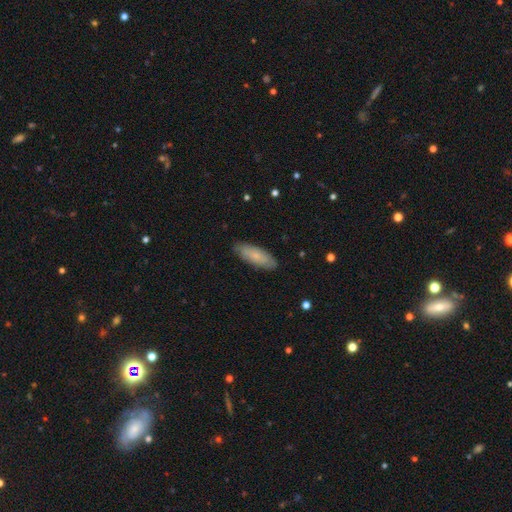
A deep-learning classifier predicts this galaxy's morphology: smooth_or_featured: smooth (p=0.67) [alt: featured or disk p=0.27]
how_rounded: in between (p=0.63) [alt: cigar-shaped p=0.35]
merging: none (p=0.84) [alt: minor disturbance p=0.12]